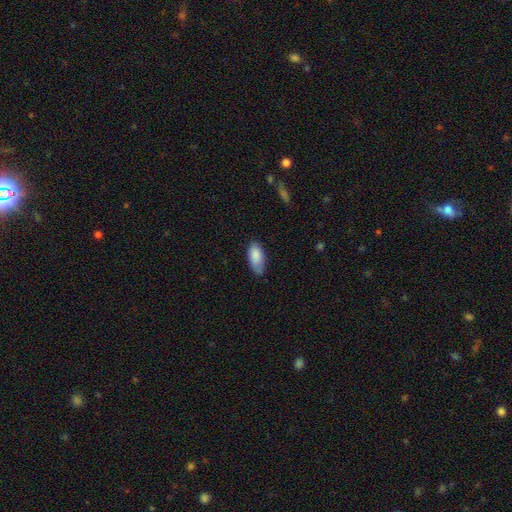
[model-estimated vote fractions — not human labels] smooth 87%, featured or disk 7%, star or artifact 6%. Down the decision tree: how rounded — in between (89%); merging — none (66%).